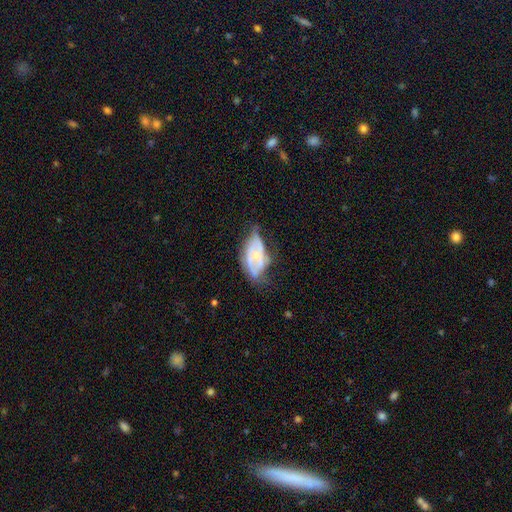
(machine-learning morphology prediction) smooth_or_featured: featured or disk (p=0.70) [alt: smooth p=0.24]
disk_edge_on: no (p=0.90) [alt: yes p=0.10]
bar: no (p=0.69) [alt: weak p=0.24]
has_spiral_arms: yes (p=0.61) [alt: no p=0.39]
bulge_size: small (p=0.55) [alt: moderate p=0.40]
merging: none (p=0.44) [alt: minor disturbance p=0.35]